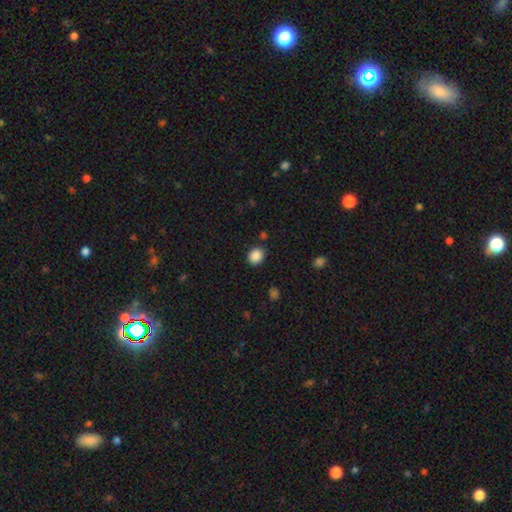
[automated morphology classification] Smooth or featured? Predicted: smooth (p=0.87). How rounded? Predicted: round (p=0.67). Merging? Predicted: none (p=0.85).